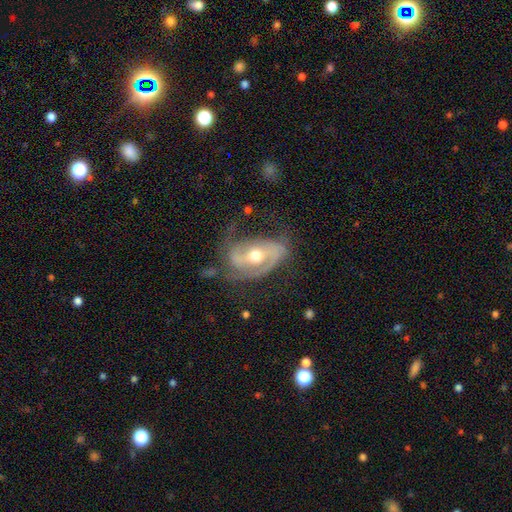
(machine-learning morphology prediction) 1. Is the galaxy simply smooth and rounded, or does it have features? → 82% featured or disk, 12% smooth, 6% star or artifact.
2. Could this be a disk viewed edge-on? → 95% no, 5% yes.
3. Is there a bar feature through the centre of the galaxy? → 36% no, 34% weak, 30% strong.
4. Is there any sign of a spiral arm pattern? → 86% yes, 14% no.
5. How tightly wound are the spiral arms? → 43% medium, 31% tight, 26% loose.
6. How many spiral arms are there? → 67% 2, 14% can't tell, 10% 1, 6% 3, 2% 4, 2% more than 4.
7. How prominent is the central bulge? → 72% moderate, 21% small, 5% large, 1% dominant, 1% none.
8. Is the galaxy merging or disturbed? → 48% none, 26% minor disturbance, 23% major disturbance, 3% merger.